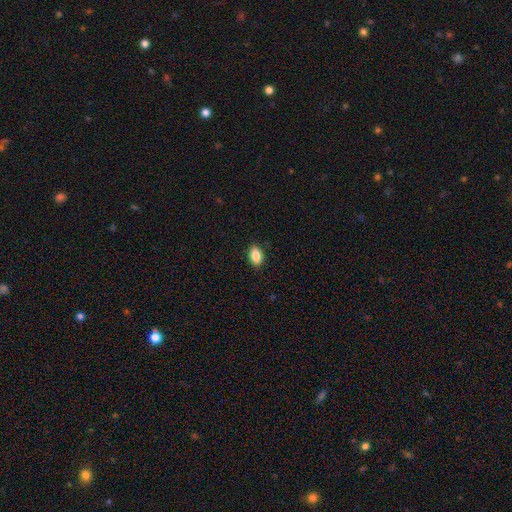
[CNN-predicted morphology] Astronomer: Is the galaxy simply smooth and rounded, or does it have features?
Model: smooth — 86%.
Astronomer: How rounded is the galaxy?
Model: in between — 89%.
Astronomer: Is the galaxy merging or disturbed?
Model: none — 87%.